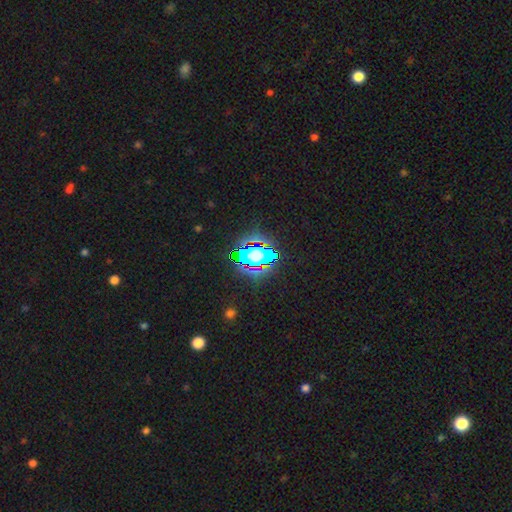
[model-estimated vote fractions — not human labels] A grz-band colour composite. It shows a star or artifact, not a galaxy (55%).